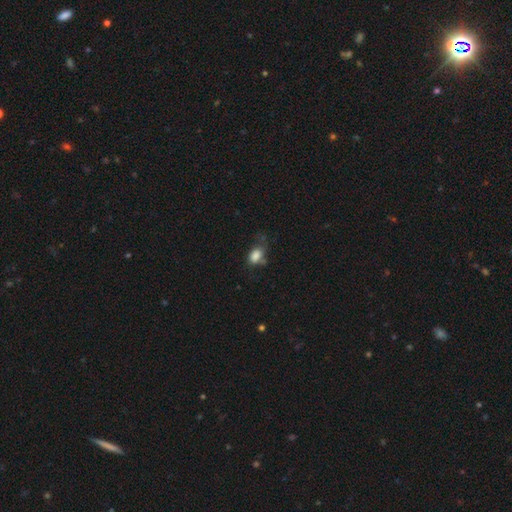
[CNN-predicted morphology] Smooth or featured?
  - smooth: 82% *
  - star or artifact: 10%
  - featured or disk: 8%
How rounded?
  - in between: 81% *
  - round: 17%
  - cigar-shaped: 2%
Merging?
  - none: 42% *
  - minor disturbance: 32%
  - major disturbance: 18%
  - merger: 7%